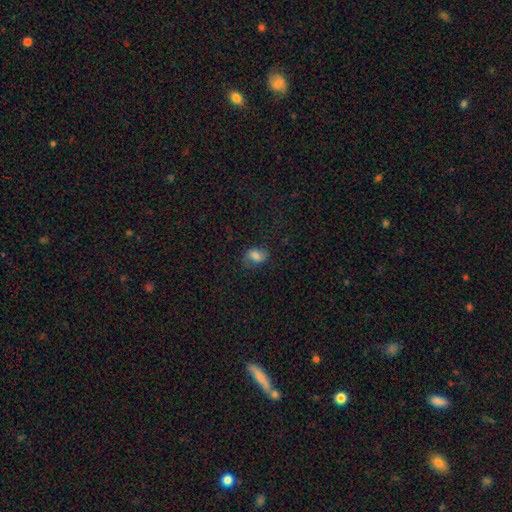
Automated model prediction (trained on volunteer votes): Q: Smooth or featured?
A: smooth (74%); runner-up: featured or disk (15%)
Q: How rounded?
A: in between (77%); runner-up: round (22%)
Q: Merging?
A: none (66%); runner-up: minor disturbance (23%)